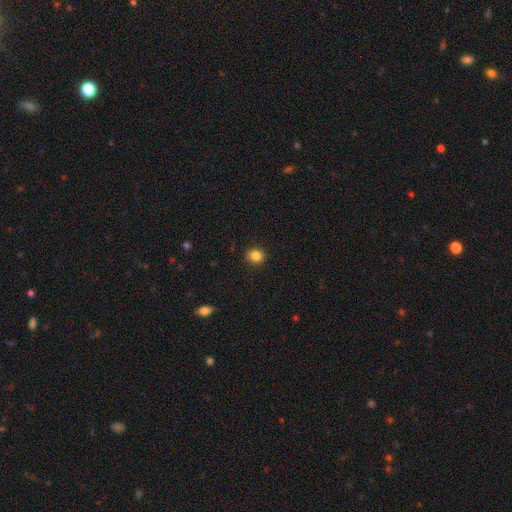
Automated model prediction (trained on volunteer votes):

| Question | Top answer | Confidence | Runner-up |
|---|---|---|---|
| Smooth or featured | smooth | 85% | star or artifact (11%) |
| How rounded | round | 85% | in between (14%) |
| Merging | none | 91% | minor disturbance (6%) |